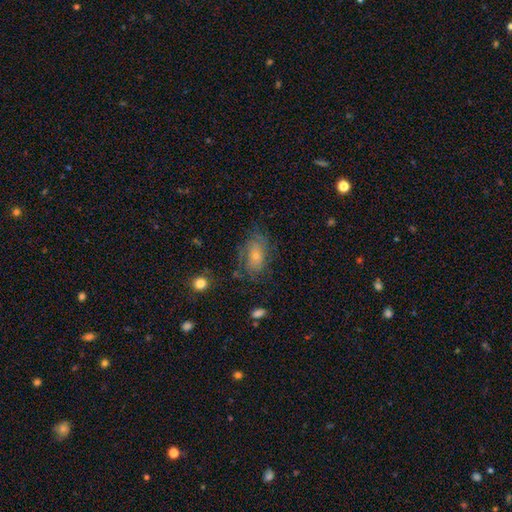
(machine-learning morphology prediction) A featured or disk galaxy (45%). Merging: none (66%).